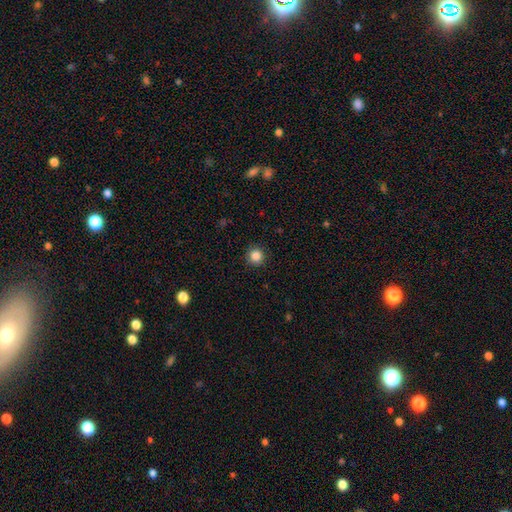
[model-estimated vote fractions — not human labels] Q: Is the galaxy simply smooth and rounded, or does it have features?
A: smooth — 85%.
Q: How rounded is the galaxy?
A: round — 95%.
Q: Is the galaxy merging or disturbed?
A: none — 91%.